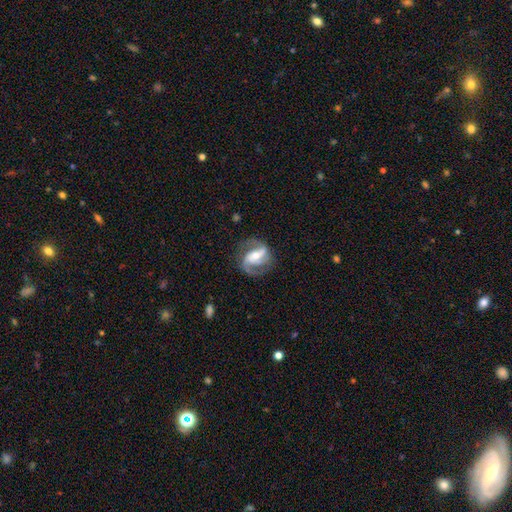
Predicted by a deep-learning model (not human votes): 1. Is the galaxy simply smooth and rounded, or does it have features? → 87% featured or disk, 8% smooth, 5% star or artifact.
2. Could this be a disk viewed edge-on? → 97% no, 3% yes.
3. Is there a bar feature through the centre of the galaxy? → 40% strong, 37% weak, 23% no.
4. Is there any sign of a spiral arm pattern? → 97% yes, 3% no.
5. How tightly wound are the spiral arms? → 53% medium, 28% loose, 20% tight.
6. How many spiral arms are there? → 86% 2, 5% 3, 3% can't tell, 3% 1, 1% 4, 1% more than 4.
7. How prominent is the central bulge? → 55% moderate, 36% small, 5% large, 2% none, 1% dominant.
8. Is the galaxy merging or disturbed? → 73% none, 16% minor disturbance, 10% major disturbance, 2% merger.